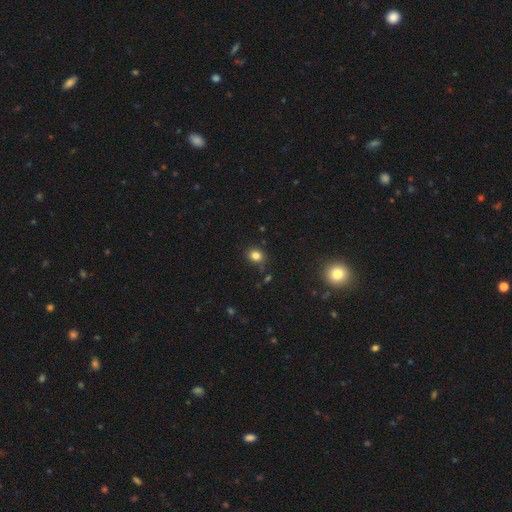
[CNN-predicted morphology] type=smooth (81%); roundness=round (70%); merging=none (81%).